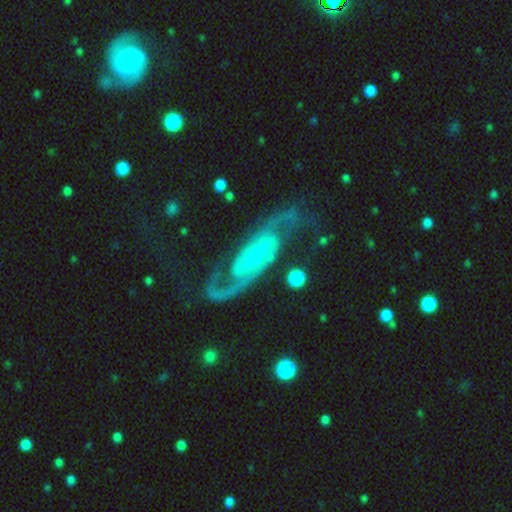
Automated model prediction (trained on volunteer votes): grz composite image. It shows a featured or disk galaxy (92%) with a weak bar (42%), 2 (91%) medium (52%) spiral arms (98%) and a small central bulge (57%). Merging: none (73%).